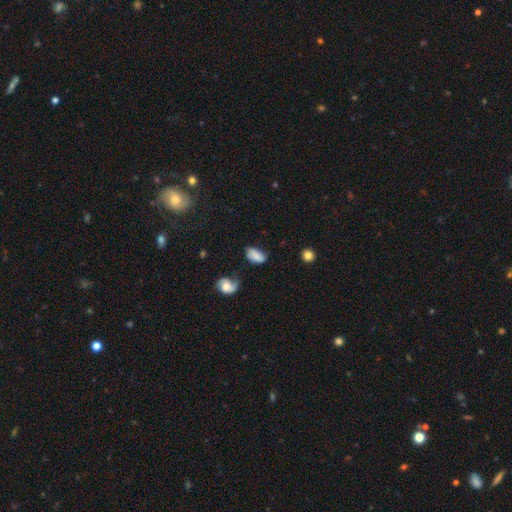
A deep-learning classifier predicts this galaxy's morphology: Smooth or featured? smooth (78%)
How rounded? in between (91%)
Merging? none (48%)